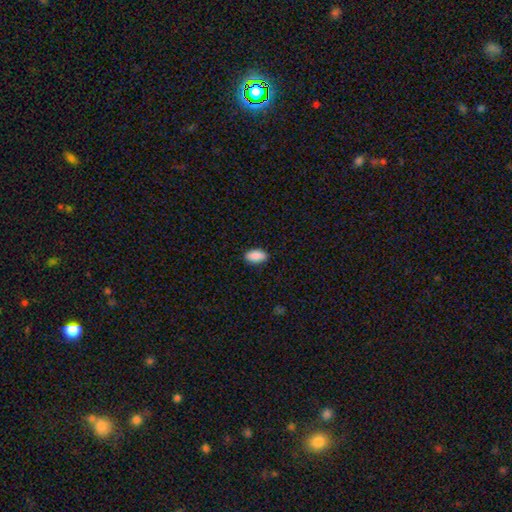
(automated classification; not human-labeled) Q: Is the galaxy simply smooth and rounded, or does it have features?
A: smooth — 90%.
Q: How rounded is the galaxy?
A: in between — 92%.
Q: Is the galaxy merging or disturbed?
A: none — 88%.